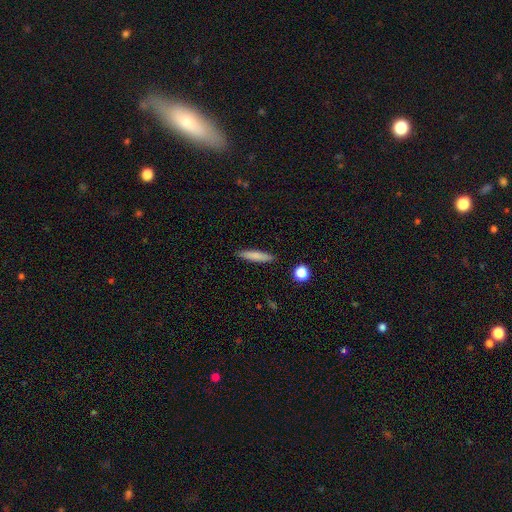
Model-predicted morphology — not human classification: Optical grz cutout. It shows a smooth galaxy with no disk features (78%) that is cigar-shaped (87%). Merging: none (88%).